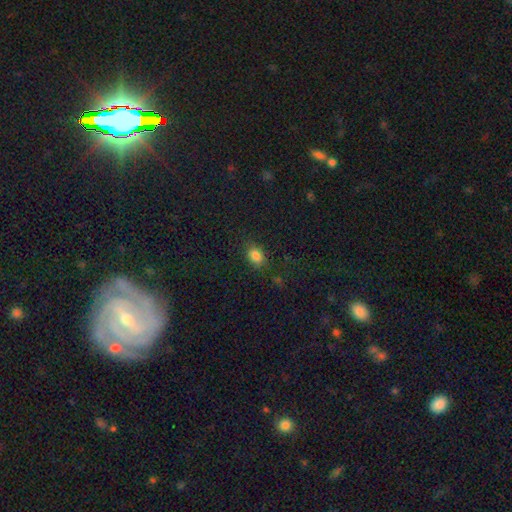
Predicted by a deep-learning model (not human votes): Smooth or featured: smooth — 82% (star or artifact — 13%)
How rounded: in between — 66% (round — 32%)
Merging: none — 82% (minor disturbance — 13%)